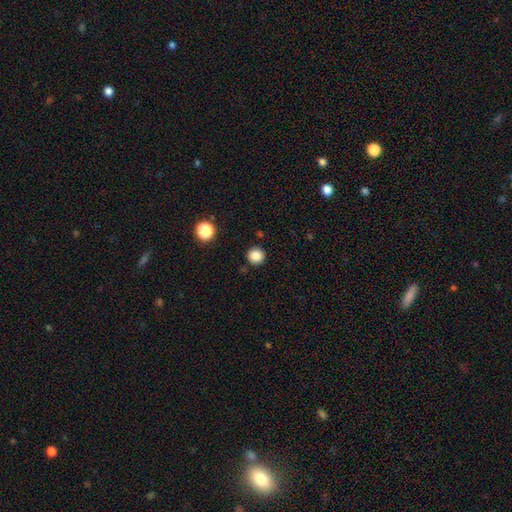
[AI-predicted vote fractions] This is clearly a smooth galaxy (85%). How rounded: clearly round (95%). Merging: clearly none (91%).